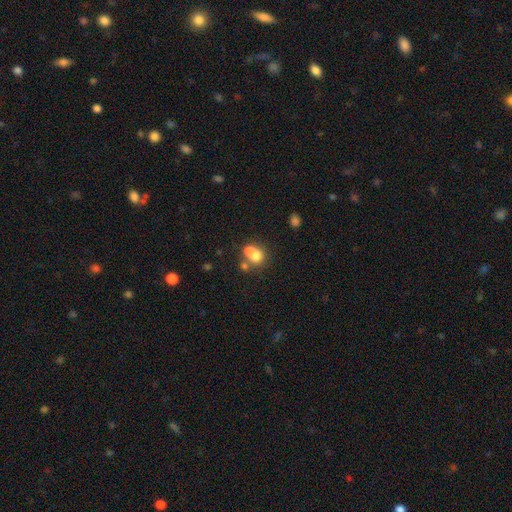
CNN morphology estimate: This is likely a smooth galaxy (65%). How rounded: likely round (75%). Merging: possibly merger (60%).